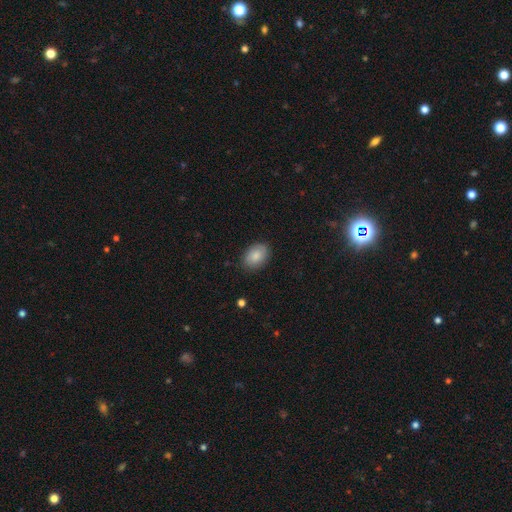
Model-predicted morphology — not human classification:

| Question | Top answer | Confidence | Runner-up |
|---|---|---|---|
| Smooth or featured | smooth | 81% | featured or disk (12%) |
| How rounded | in between | 81% | round (18%) |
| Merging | none | 85% | minor disturbance (12%) |